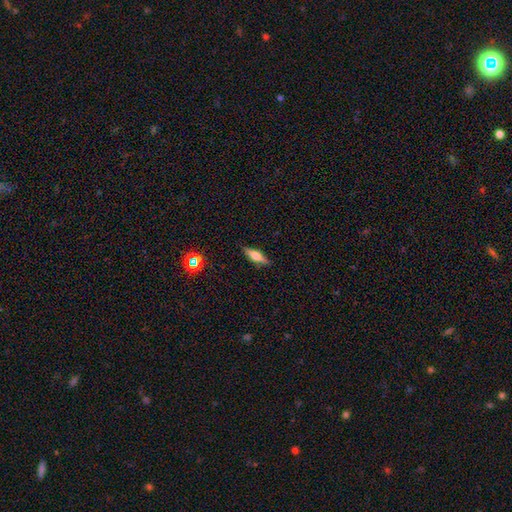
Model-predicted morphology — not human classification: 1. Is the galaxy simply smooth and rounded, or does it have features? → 57% featured or disk, 34% smooth, 9% star or artifact.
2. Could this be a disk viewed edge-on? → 95% yes, 5% no.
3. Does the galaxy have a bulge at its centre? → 88% rounded, 9% boxy, 2% none.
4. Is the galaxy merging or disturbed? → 87% none, 9% minor disturbance, 2% major disturbance, 1% merger.